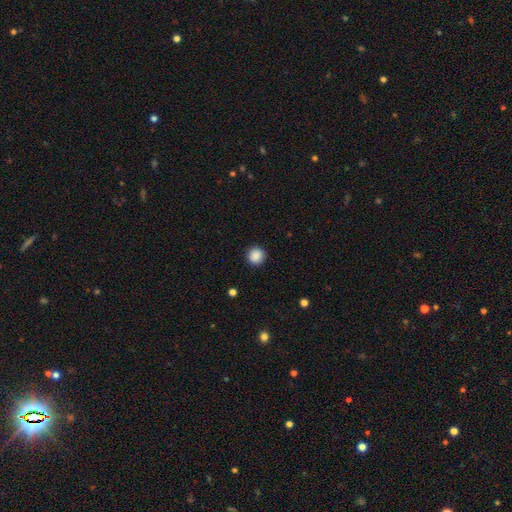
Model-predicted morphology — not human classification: Q: Smooth or featured?
A: smooth (88%); runner-up: star or artifact (9%)
Q: How rounded?
A: round (93%); runner-up: in between (6%)
Q: Merging?
A: none (91%); runner-up: minor disturbance (6%)